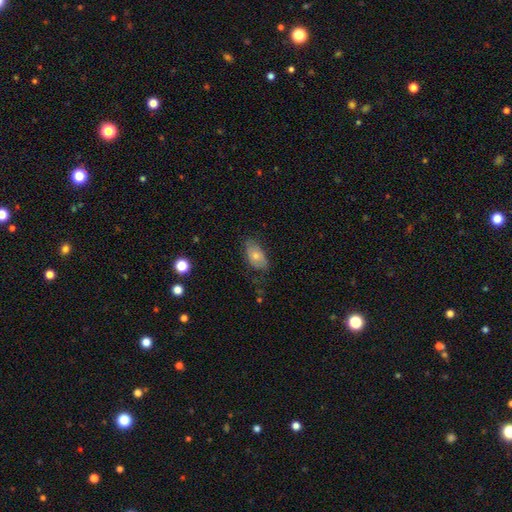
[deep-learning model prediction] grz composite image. It shows a smooth galaxy with no disk features (56%) that is in between round and cigar-shaped (89%). Merging: none (66%).